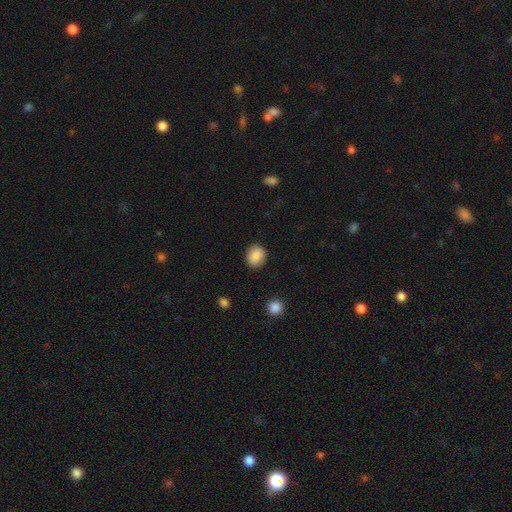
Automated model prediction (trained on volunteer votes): smooth 88%, star or artifact 8%, featured or disk 5%. Down the decision tree: how rounded — round (66%); merging — none (88%).